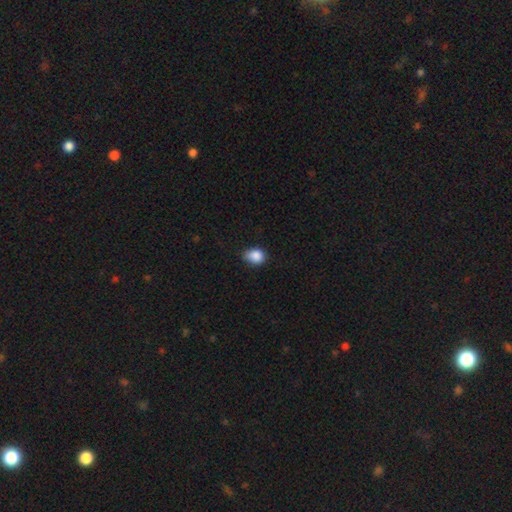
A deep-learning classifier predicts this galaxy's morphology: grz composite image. It shows a smooth galaxy with no disk features (87%) that is in between round and cigar-shaped (56%). Merging: none (59%).